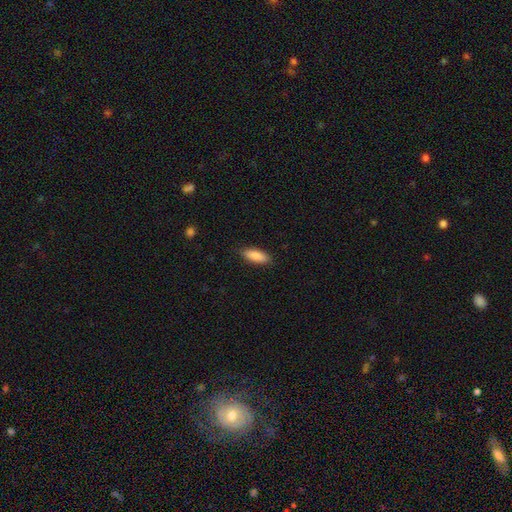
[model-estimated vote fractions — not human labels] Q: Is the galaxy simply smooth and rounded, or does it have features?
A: smooth — 87%.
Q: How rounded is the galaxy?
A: in between — 65%.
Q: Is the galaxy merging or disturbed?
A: none — 87%.